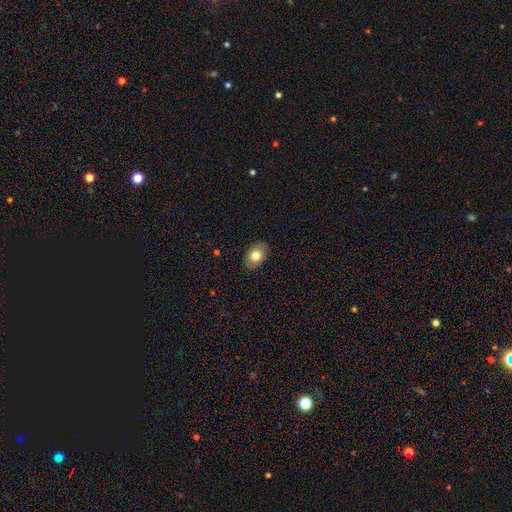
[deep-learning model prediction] Morphology: type=smooth (78%); roundness=in between (78%); merging=none (87%).